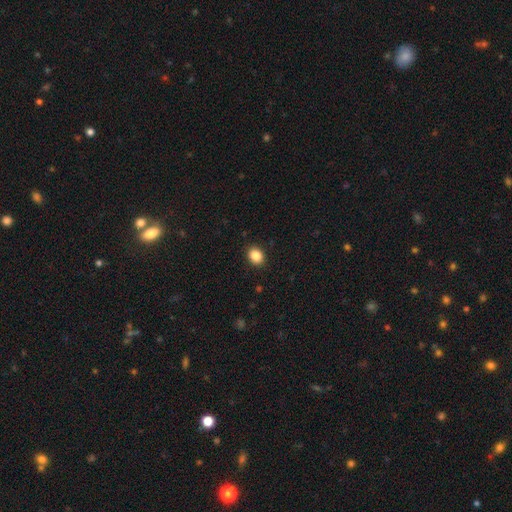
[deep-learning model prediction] Smooth or featured?
  - smooth: 87% *
  - star or artifact: 9%
  - featured or disk: 4%
How rounded?
  - in between: 51% *
  - round: 49%
  - cigar-shaped: 1%
Merging?
  - none: 90% *
  - minor disturbance: 7%
  - major disturbance: 2%
  - merger: 1%